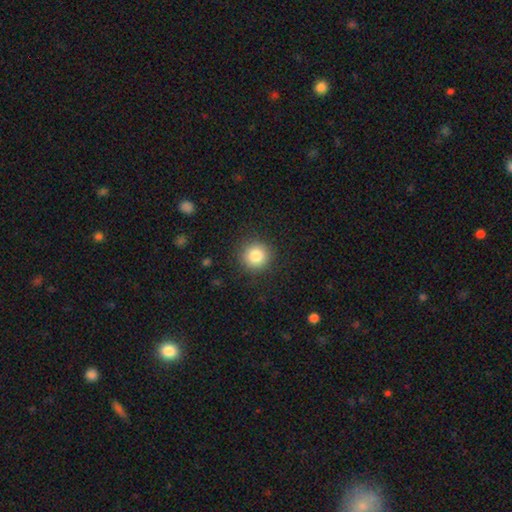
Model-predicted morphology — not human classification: smooth-or-featured: smooth: 83% | star or artifact: 10% | featured or disk: 6%
  how-rounded: round: 94% | in between: 5% | cigar-shaped: 1%
  merging: none: 90% | minor disturbance: 7% | major disturbance: 2% | merger: 1%